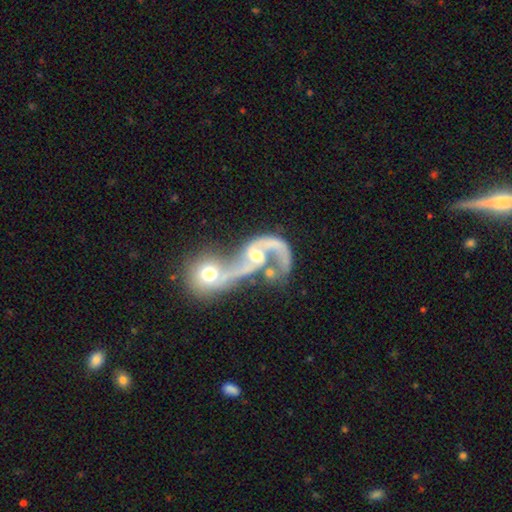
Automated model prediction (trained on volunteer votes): smooth-or-featured: featured or disk: 67% | smooth: 20% | star or artifact: 12%
  disk-edge-on: no: 87% | yes: 13%
    bar: no: 66% | weak: 25% | strong: 10%
    has-spiral-arms: yes: 71% | no: 29%
    bulge-size: moderate: 48% | small: 32% | large: 9% | none: 8% | dominant: 4%
  merging: merger: 66% | none: 17% | major disturbance: 10% | minor disturbance: 7%